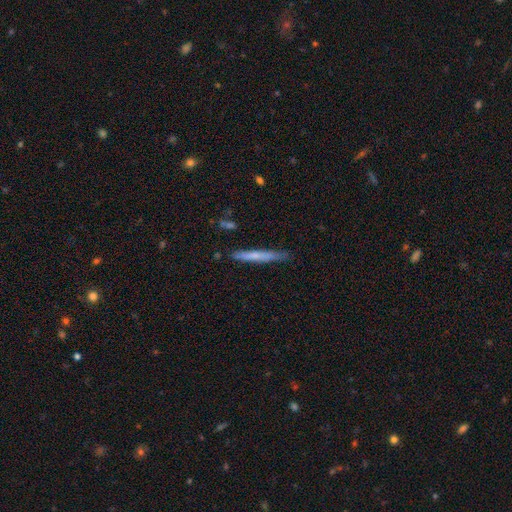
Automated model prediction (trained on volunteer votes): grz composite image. It shows a smooth galaxy with no disk features (59%) that is cigar-shaped (96%). Merging: none (82%).